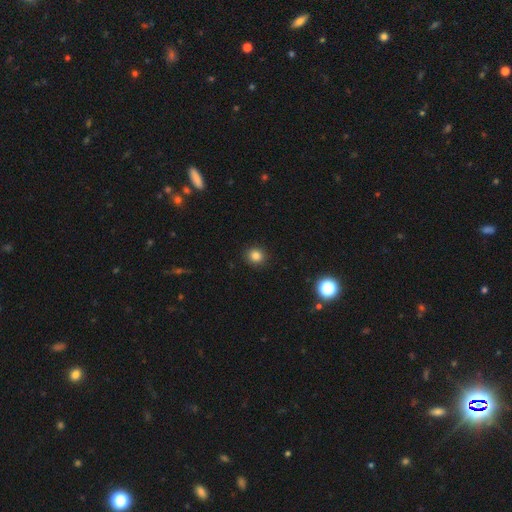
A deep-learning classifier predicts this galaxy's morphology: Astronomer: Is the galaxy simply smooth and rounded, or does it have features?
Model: smooth — 83%.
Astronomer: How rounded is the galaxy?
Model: round — 87%.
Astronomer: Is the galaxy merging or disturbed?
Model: none — 91%.